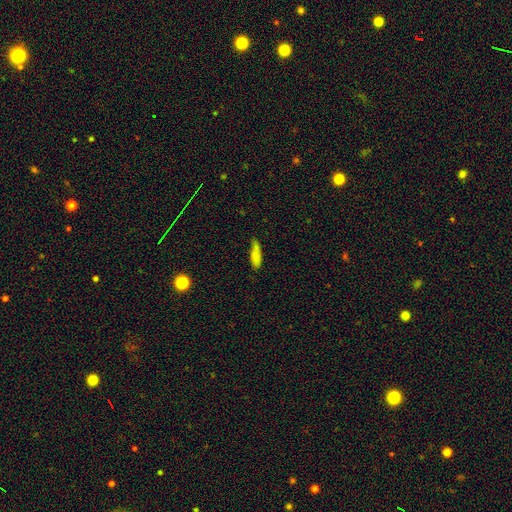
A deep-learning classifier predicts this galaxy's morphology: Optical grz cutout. It shows a smooth galaxy with no disk features (81%) that is cigar-shaped (55%). Merging: none (60%).